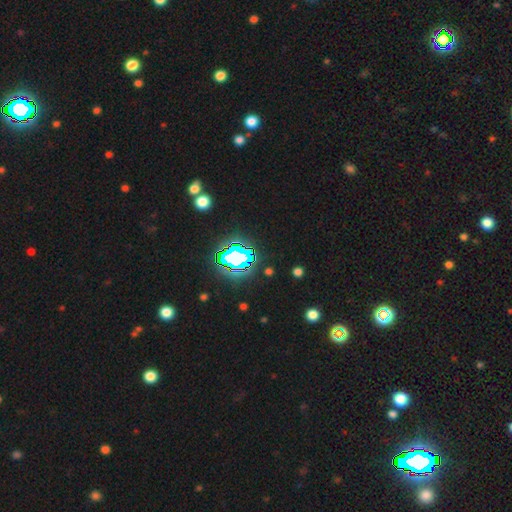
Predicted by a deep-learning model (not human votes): smooth_or_featured: star or artifact (p=0.82) [alt: smooth p=0.11]